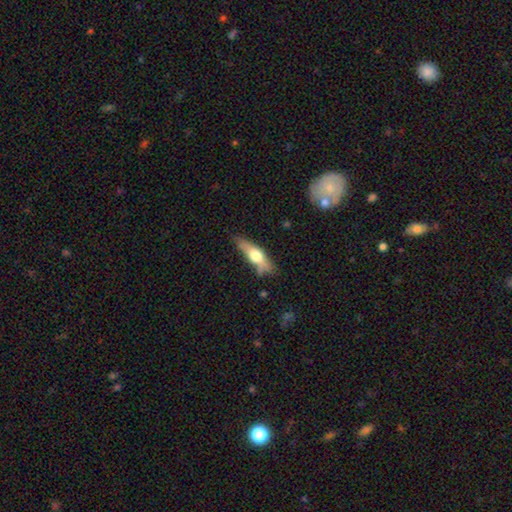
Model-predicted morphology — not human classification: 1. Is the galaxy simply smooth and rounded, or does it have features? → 49% featured or disk, 45% smooth, 6% star or artifact.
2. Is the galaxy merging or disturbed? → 70% none, 20% minor disturbance, 6% major disturbance, 5% merger.